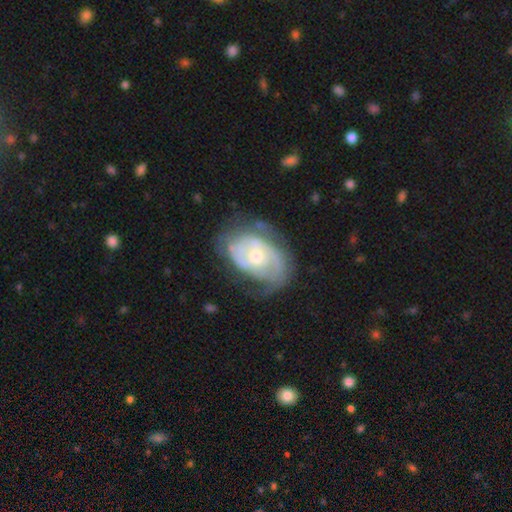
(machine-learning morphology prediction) Smooth or featured? featured or disk (80%)
Edge-on disk? no (97%)
Bar? no (72%)
Spiral arms? yes (87%)
Spiral winding? tight (52%)
Spiral arm count? 2 (44%)
Bulge size? moderate (54%)
Merging? none (55%)